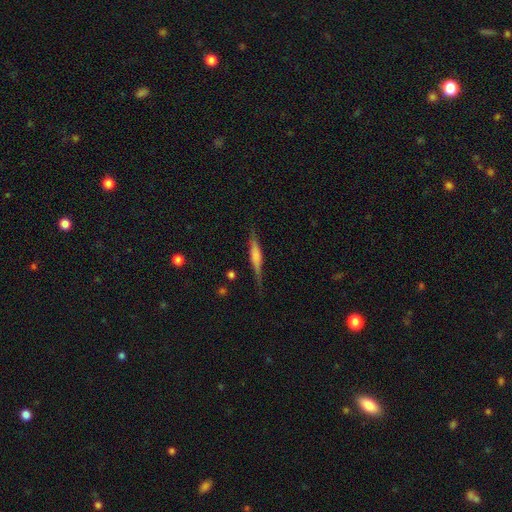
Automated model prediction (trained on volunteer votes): Smooth or featured? featured or disk (55%)
Edge-on disk? yes (96%)
Edge-on bulge? rounded (46%)
Merging? none (80%)